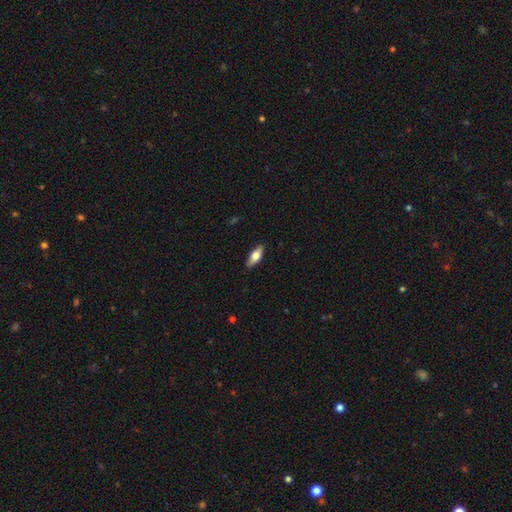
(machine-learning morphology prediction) type=smooth (65%); roundness=in between (69%); merging=none (89%).